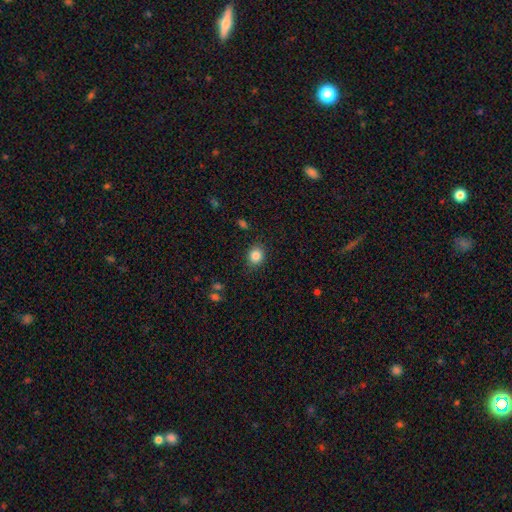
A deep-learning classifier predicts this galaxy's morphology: Smooth or featured? Predicted: smooth (p=0.85). How rounded? Predicted: round (p=0.68). Merging? Predicted: none (p=0.85).